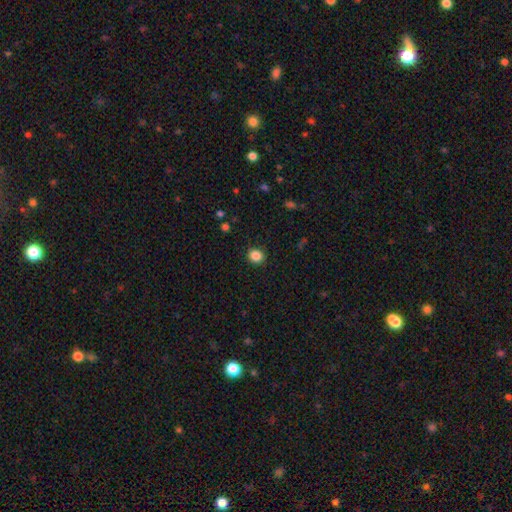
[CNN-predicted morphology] Smooth or featured? smooth (86%)
How rounded? round (79%)
Merging? none (90%)